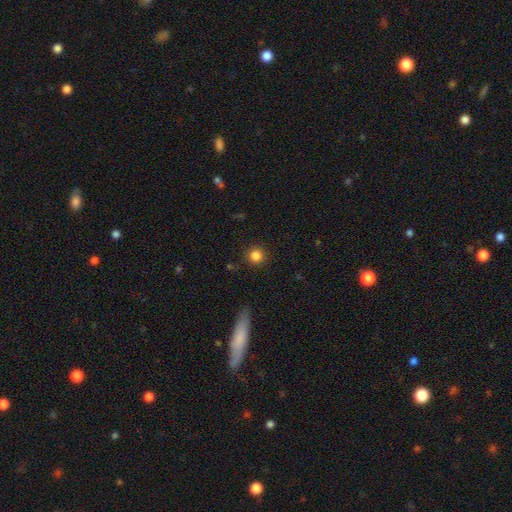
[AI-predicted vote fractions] Morphology: type=smooth (84%); roundness=round (94%); merging=none (89%).